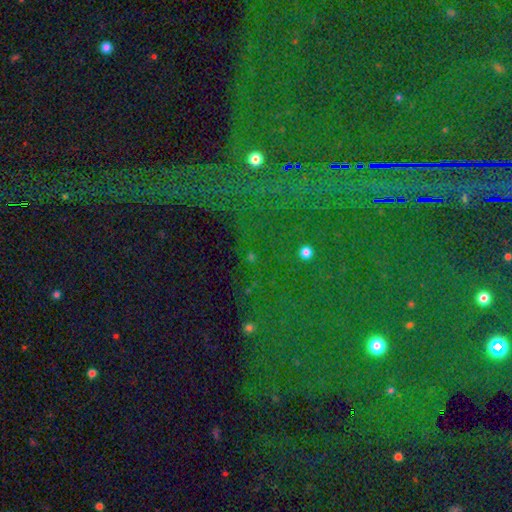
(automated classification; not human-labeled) Smooth or featured? star or artifact (84%)